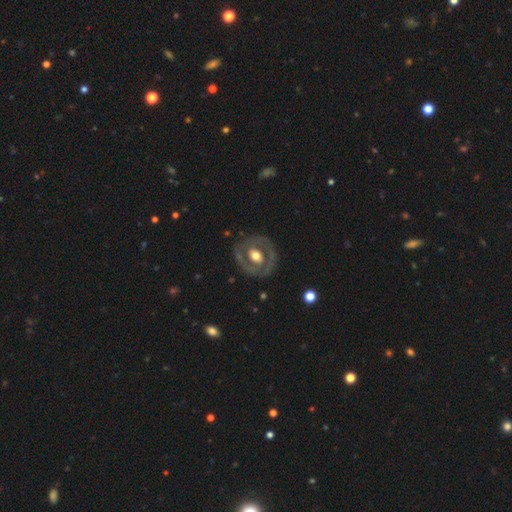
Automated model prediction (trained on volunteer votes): A featured or disk galaxy (66%) with no bar (66%), no spiral arms (73%) and a moderate central bulge (64%).

Vote fractions:
- Smooth or featured? featured or disk: 66% / smooth: 29% / star or artifact: 5%
- Edge-on disk? no: 95% / yes: 5%
- Bar? no: 66% / weak: 23% / strong: 11%
- Spiral arms? no: 73% / yes: 27%
- Bulge size? moderate: 64% / large: 27% / small: 6% / dominant: 2% / none: 1%
- Merging? none: 78% / minor disturbance: 14% / major disturbance: 7% / merger: 2%